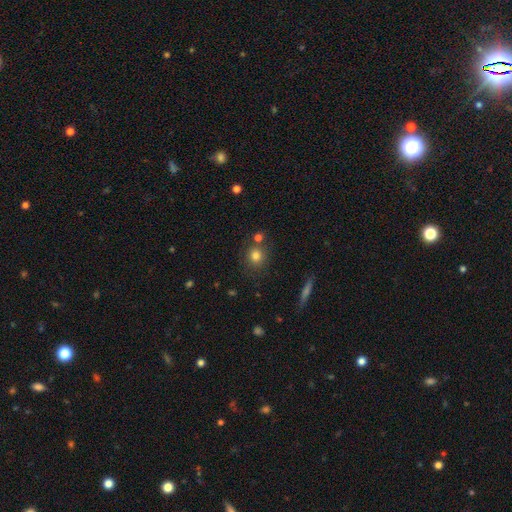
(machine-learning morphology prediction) smooth_or_featured: smooth (p=0.79) [alt: star or artifact p=0.12]
how_rounded: round (p=0.84) [alt: in between p=0.15]
merging: none (p=0.73) [alt: merger p=0.14]